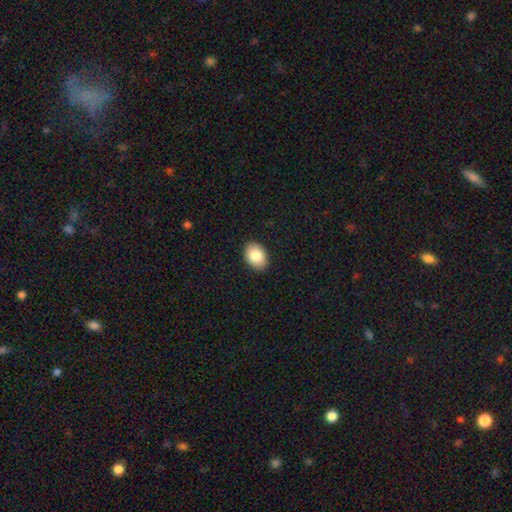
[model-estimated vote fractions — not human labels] This is clearly a smooth galaxy (84%). How rounded: clearly in between (81%). Merging: clearly none (90%).